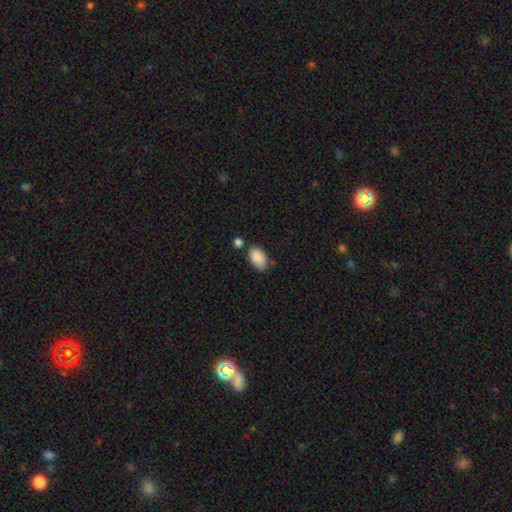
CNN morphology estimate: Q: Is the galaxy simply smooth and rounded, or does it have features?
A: smooth — 88%.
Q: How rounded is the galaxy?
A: in between — 93%.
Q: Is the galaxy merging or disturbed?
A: none — 66%.